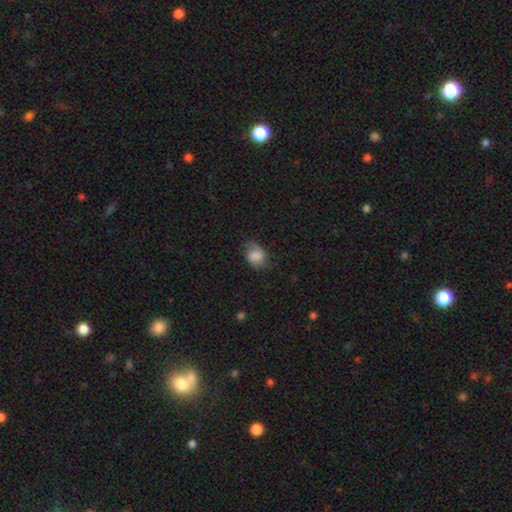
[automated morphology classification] A smooth galaxy with no disk features (62%) that is in between round and cigar-shaped (69%).

Vote fractions:
- Smooth or featured? smooth: 62% / featured or disk: 29% / star or artifact: 9%
- How rounded? in between: 69% / round: 30% / cigar-shaped: 1%
- Merging? none: 58% / minor disturbance: 28% / major disturbance: 13% / merger: 2%